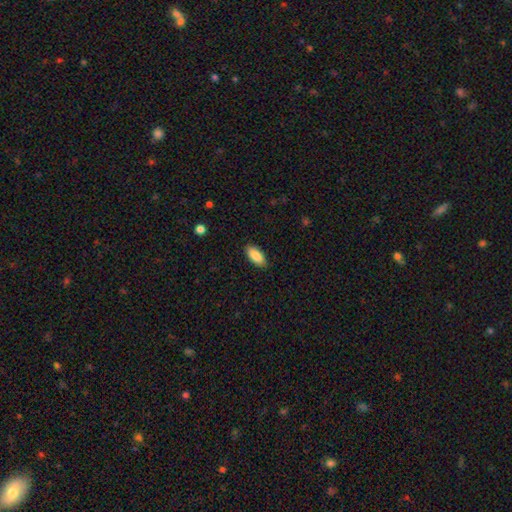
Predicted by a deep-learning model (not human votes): smooth-or-featured: smooth: 88% | star or artifact: 6% | featured or disk: 6%
  how-rounded: in between: 88% | cigar-shaped: 11% | round: 2%
  merging: none: 88% | minor disturbance: 9% | major disturbance: 2% | merger: 1%